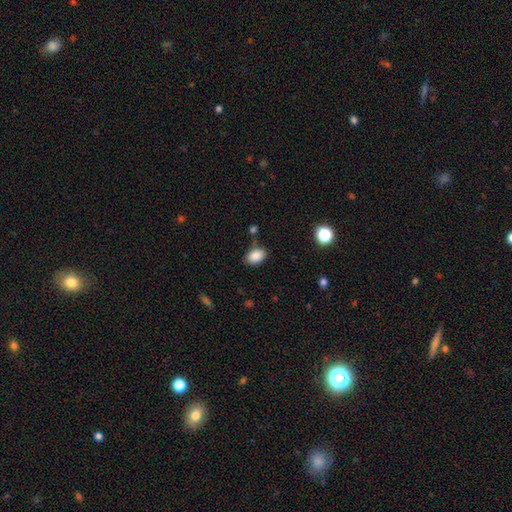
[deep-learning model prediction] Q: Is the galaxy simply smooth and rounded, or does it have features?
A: smooth — 87%.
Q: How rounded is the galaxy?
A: in between — 85%.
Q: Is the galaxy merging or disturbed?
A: none — 75%.